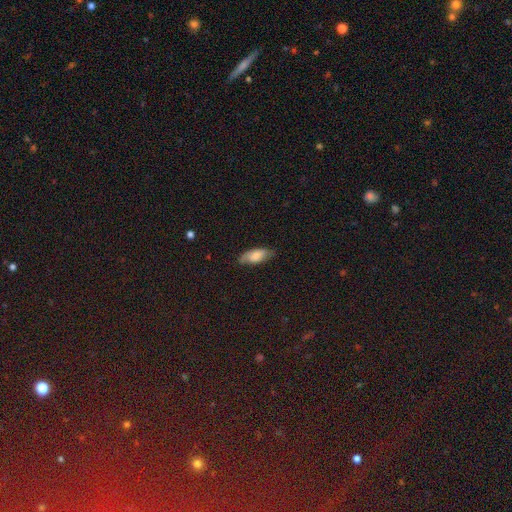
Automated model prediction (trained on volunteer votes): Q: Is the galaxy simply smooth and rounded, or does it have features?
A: smooth — 68%.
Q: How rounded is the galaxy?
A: in between — 82%.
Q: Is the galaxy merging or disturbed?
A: none — 72%.